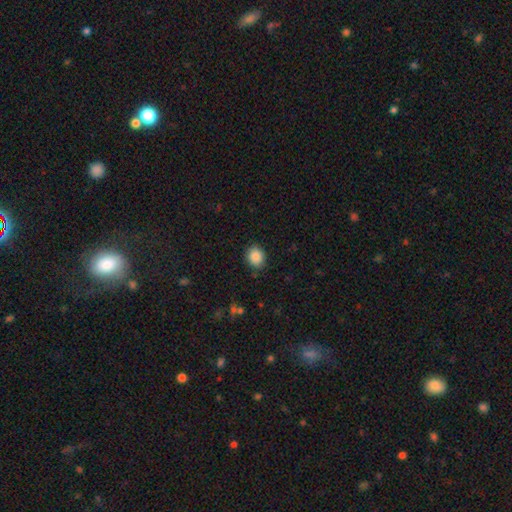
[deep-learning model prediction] This appears to be a smooth galaxy with no disk features (88%) that is round (68%). Merging: none (87%).